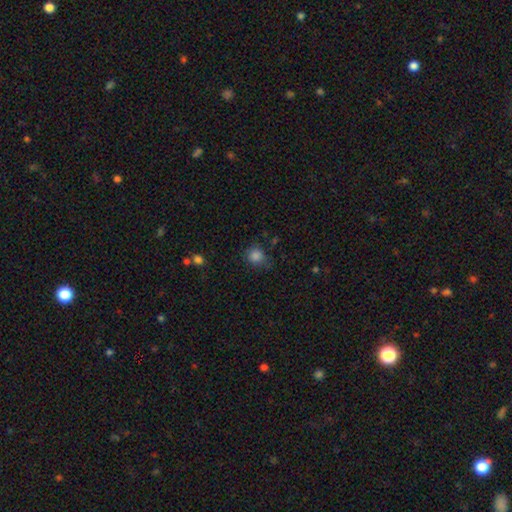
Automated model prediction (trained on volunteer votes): Smooth or featured? smooth (84%)
How rounded? round (80%)
Merging? none (69%)